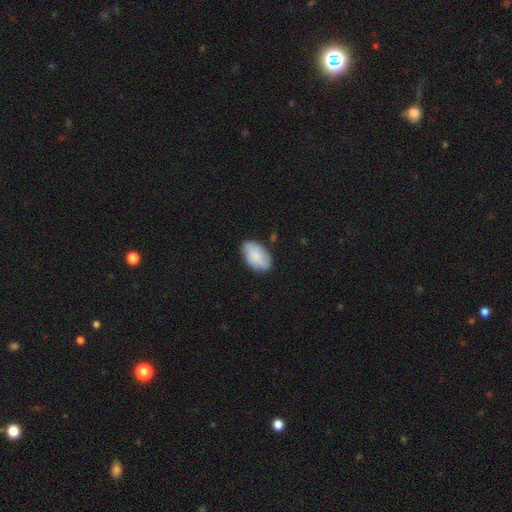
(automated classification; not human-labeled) smooth 79%, featured or disk 15%, star or artifact 6%. Down the decision tree: how rounded — in between (94%); merging — none (74%).